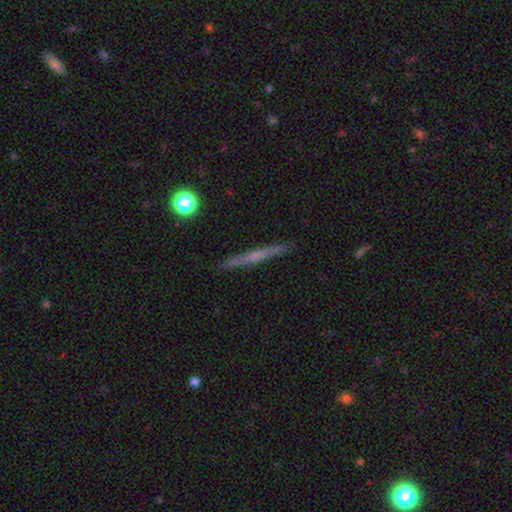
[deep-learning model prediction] featured or disk 66%, smooth 26%, star or artifact 8%. Down the decision tree: edge-on disk — yes (98%); edge-on bulge — rounded (54%); merging — none (92%).